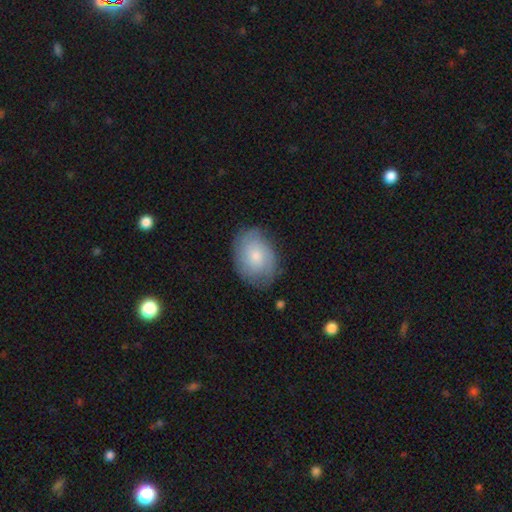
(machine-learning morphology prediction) smooth_or_featured: smooth (p=0.56) [alt: featured or disk p=0.37]
how_rounded: in between (p=0.74) [alt: round p=0.25]
merging: none (p=0.74) [alt: minor disturbance p=0.20]